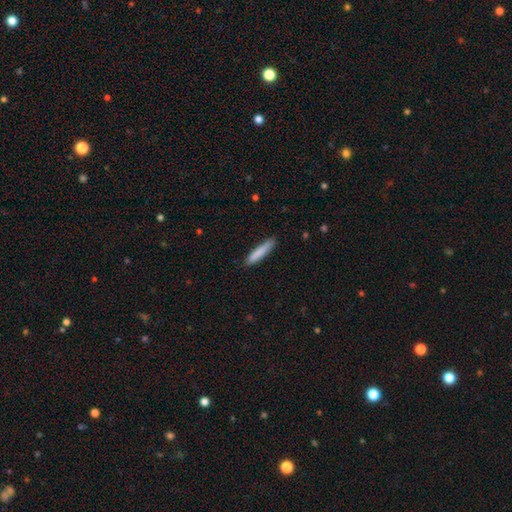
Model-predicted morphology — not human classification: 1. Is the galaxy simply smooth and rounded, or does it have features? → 82% smooth, 12% featured or disk, 6% star or artifact.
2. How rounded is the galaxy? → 92% cigar-shaped, 7% in between, 1% round.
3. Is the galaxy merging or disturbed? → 87% none, 10% minor disturbance, 2% major disturbance, 1% merger.